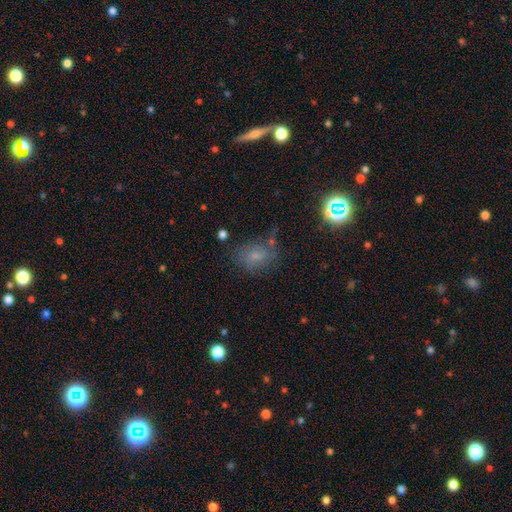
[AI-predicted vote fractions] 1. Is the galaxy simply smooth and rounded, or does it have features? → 47% smooth, 28% featured or disk, 25% star or artifact.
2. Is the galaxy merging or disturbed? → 59% none, 23% minor disturbance, 13% major disturbance, 6% merger.